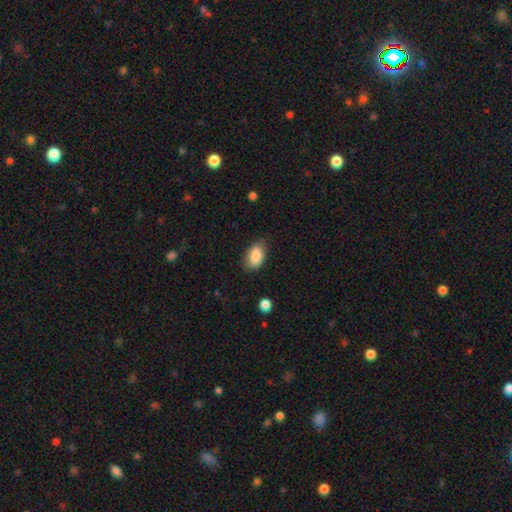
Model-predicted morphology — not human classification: This appears to be a smooth galaxy with no disk features (86%) that is in between round and cigar-shaped (91%). Merging: none (78%).